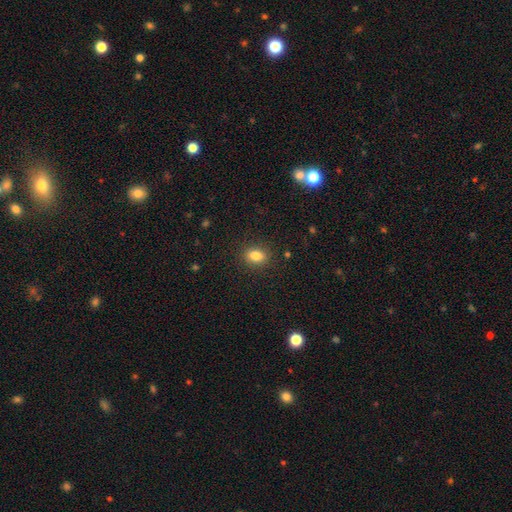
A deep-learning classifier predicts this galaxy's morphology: type=smooth (84%); roundness=in between (70%); merging=none (88%).